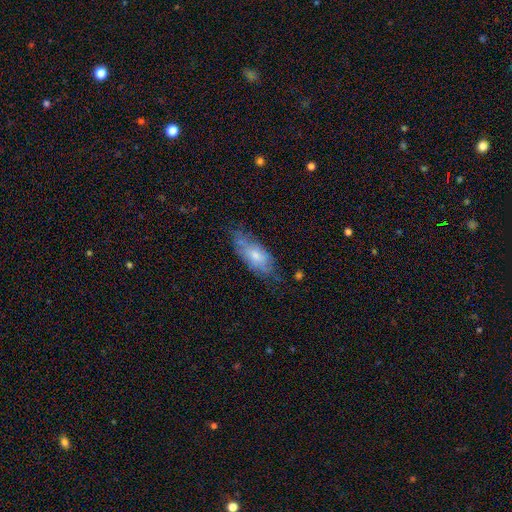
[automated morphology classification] smooth 63%, featured or disk 30%, star or artifact 7%. Down the decision tree: how rounded — in between (80%); merging — none (54%).